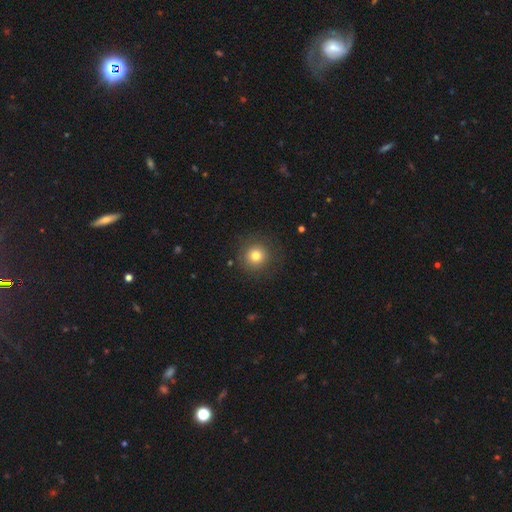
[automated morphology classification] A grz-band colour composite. It shows a smooth galaxy with no disk features (78%) that is round (94%). Merging: none (87%).